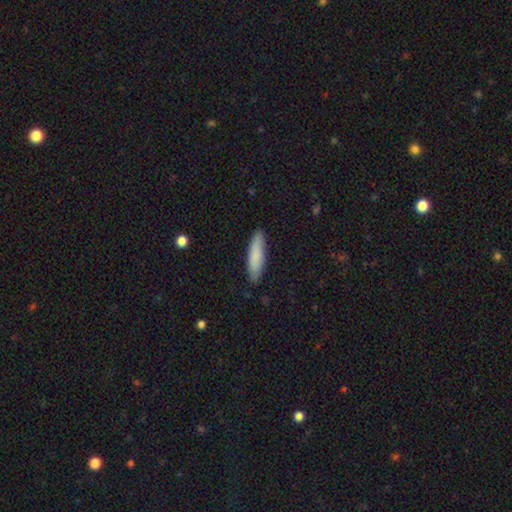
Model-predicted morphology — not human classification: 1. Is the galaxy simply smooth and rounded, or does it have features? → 83% smooth, 12% featured or disk, 6% star or artifact.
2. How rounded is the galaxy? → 72% cigar-shaped, 26% in between, 1% round.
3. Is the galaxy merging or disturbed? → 87% none, 10% minor disturbance, 2% major disturbance, 1% merger.